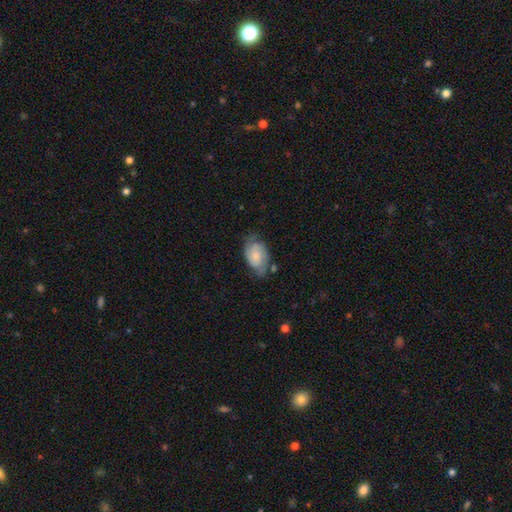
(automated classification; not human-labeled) This appears to be a featured or disk galaxy (59%) with no bar (65%), 2 (76%) medium (43%) spiral arms (91%) and a small central bulge (46%). Merging: none (60%).